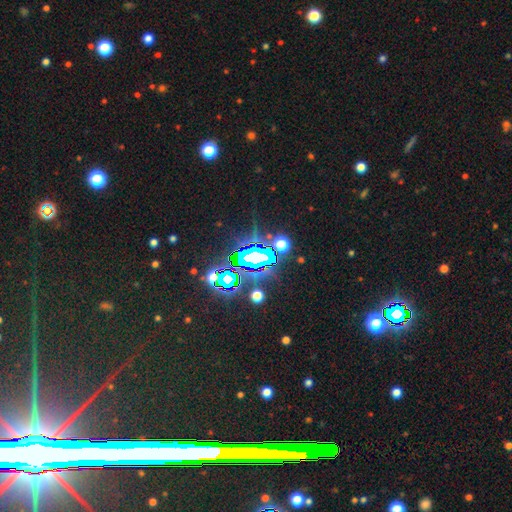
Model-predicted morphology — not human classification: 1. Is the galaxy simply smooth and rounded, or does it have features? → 72% star or artifact, 14% smooth, 13% featured or disk.